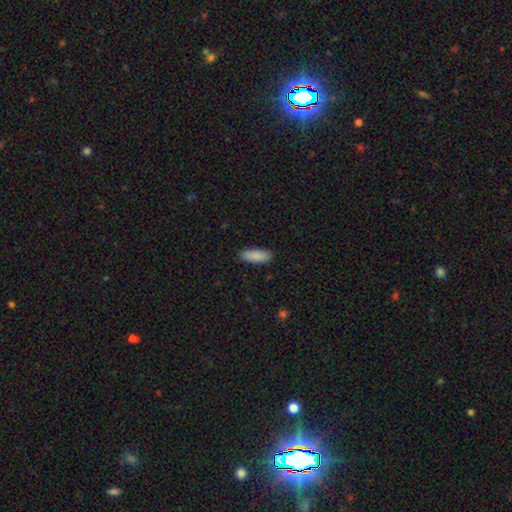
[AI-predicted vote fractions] A smooth galaxy with no disk features (89%) that is in between round and cigar-shaped (66%). Merging: none (87%).